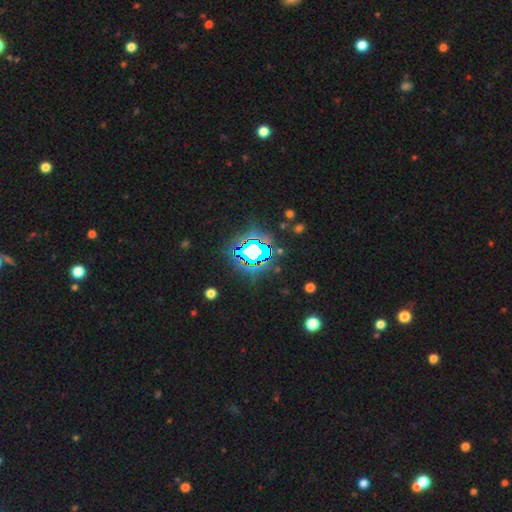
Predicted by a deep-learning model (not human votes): Smooth or featured?
  - star or artifact: 84% *
  - smooth: 9%
  - featured or disk: 7%